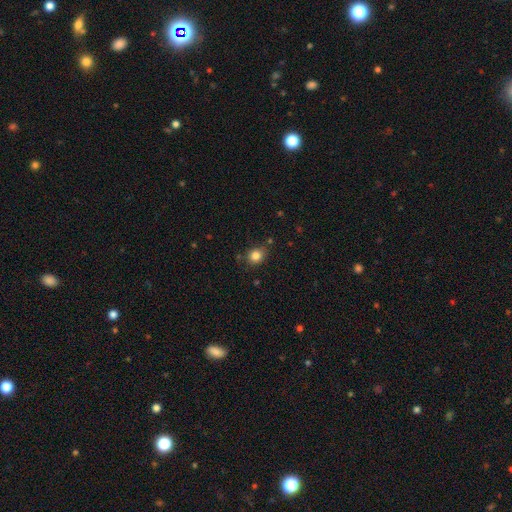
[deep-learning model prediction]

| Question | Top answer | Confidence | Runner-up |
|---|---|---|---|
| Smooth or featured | smooth | 83% | star or artifact (11%) |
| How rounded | round | 72% | in between (27%) |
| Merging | none | 80% | minor disturbance (13%) |